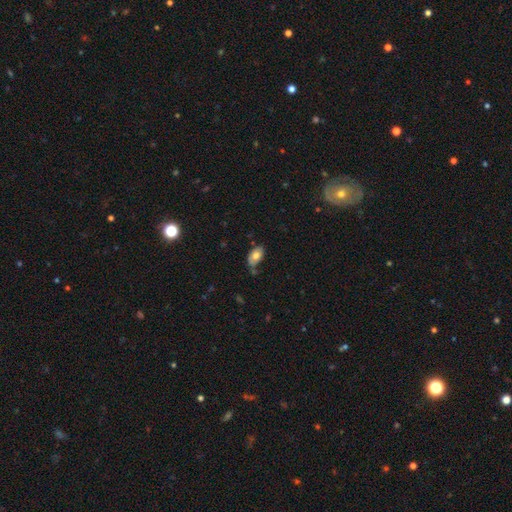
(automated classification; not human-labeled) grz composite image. It shows a smooth galaxy with no disk features (75%) that is in between round and cigar-shaped (91%). Merging: none (58%).